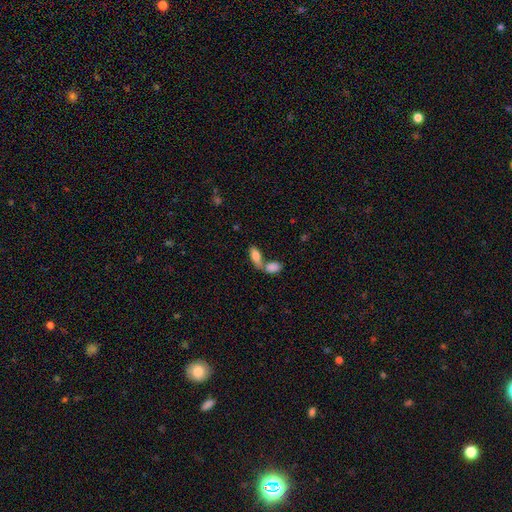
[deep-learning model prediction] smooth-or-featured: smooth: 79% | featured or disk: 14% | star or artifact: 7%
  how-rounded: in between: 83% | cigar-shaped: 14% | round: 4%
  merging: merger: 57% | none: 31% | minor disturbance: 8% | major disturbance: 4%